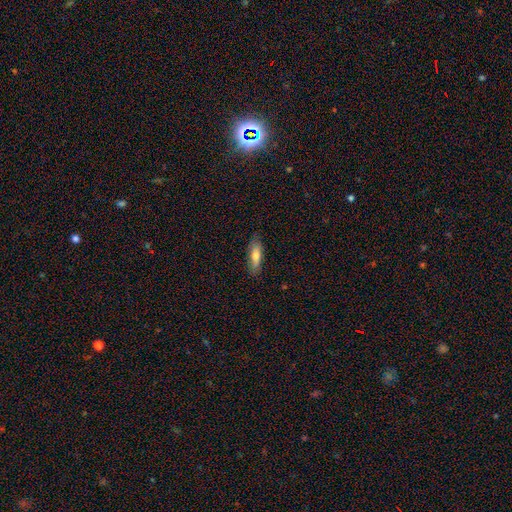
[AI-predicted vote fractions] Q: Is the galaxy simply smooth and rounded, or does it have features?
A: smooth — 70%.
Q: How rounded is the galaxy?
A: cigar-shaped — 56%.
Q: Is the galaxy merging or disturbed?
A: none — 84%.